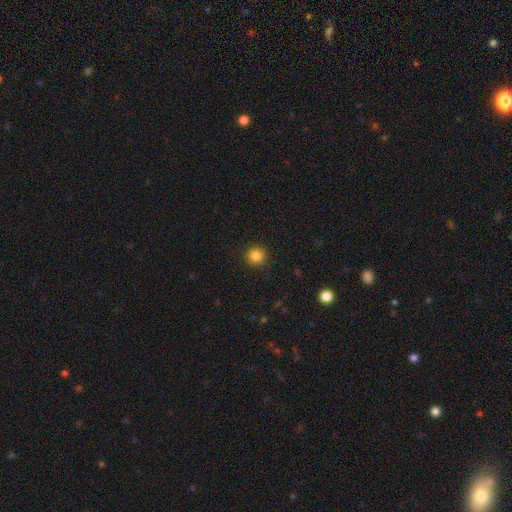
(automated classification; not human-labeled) Smooth or featured? smooth (84%)
How rounded? round (94%)
Merging? none (91%)